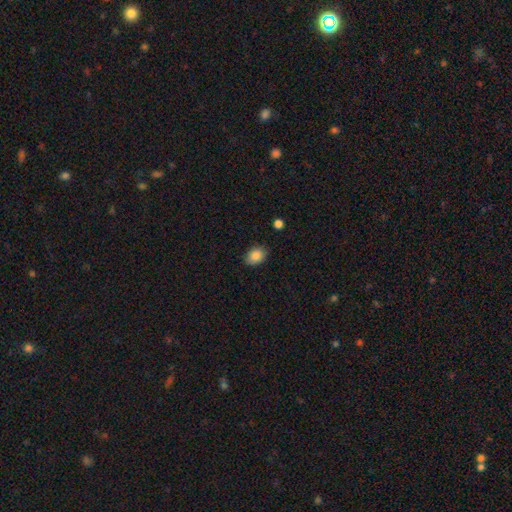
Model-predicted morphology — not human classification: smooth_or_featured: smooth (p=0.86) [alt: star or artifact p=0.08]
how_rounded: in between (p=0.71) [alt: round p=0.28]
merging: none (p=0.84) [alt: minor disturbance p=0.12]